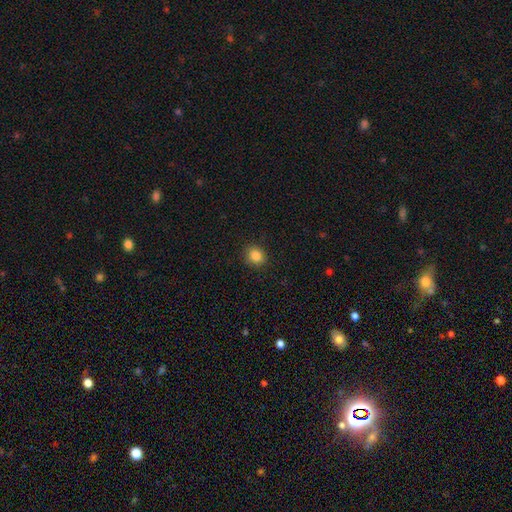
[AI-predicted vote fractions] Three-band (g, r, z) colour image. It shows a smooth galaxy with no disk features (85%) that is round (74%). Merging: none (89%).